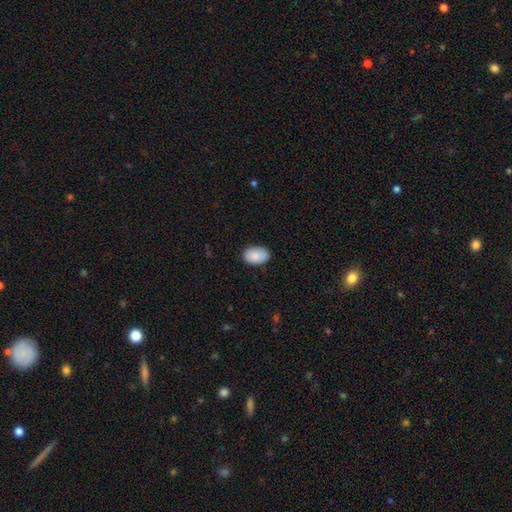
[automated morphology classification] The model was most divided on "merging": none: 85%, minor disturbance: 12%, major disturbance: 2%, merger: 1%. More confident: how rounded — in between (88%); smooth or featured — smooth (86%).